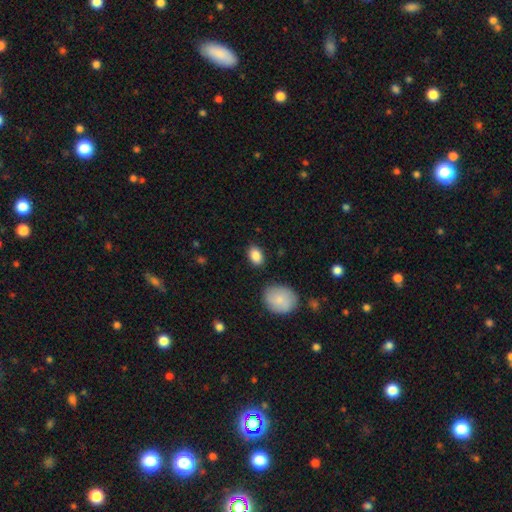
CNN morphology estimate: smooth 87%, star or artifact 7%, featured or disk 5%. Down the decision tree: how rounded — in between (82%); merging — none (84%).